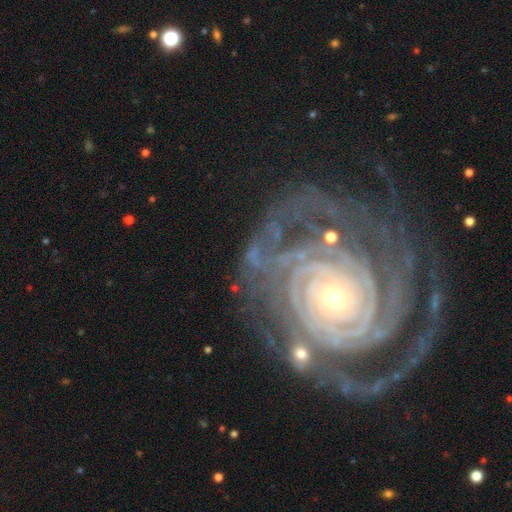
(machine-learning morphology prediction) This appears to be a featured or disk galaxy (84%) with no bar (65%), tight (81%) spiral arms (96%) and a small central bulge (65%). Merging: none (60%).